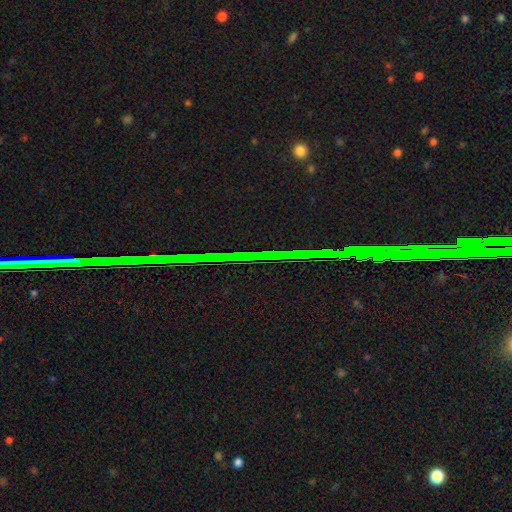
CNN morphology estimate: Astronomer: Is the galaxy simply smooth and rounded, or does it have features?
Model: star or artifact — 85%.